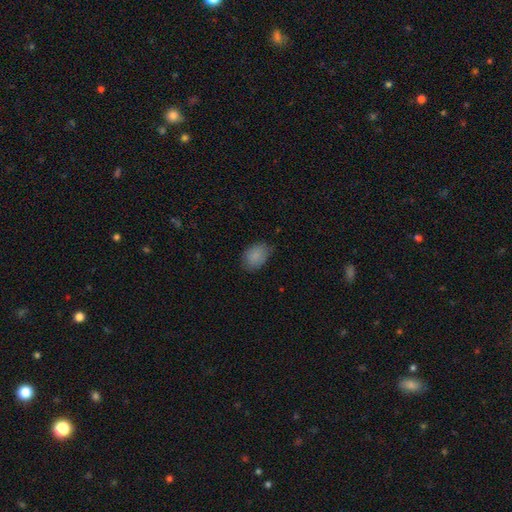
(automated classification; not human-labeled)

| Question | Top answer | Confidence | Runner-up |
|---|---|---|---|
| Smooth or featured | smooth | 87% | star or artifact (8%) |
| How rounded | in between | 81% | round (18%) |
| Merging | none | 71% | minor disturbance (24%) |